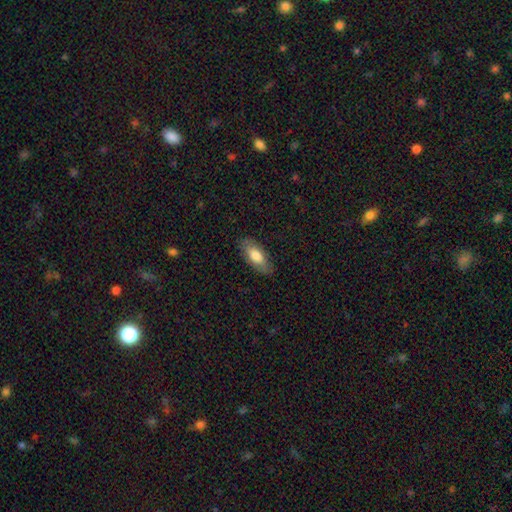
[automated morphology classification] type=smooth (74%); roundness=in between (84%); merging=none (83%).